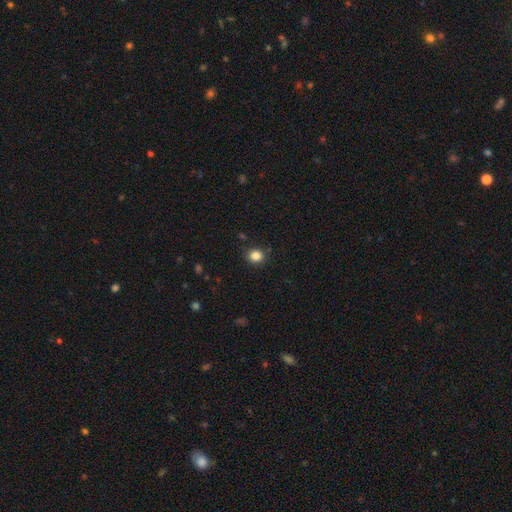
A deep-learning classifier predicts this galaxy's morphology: type=smooth (84%); roundness=round (80%); merging=none (89%).